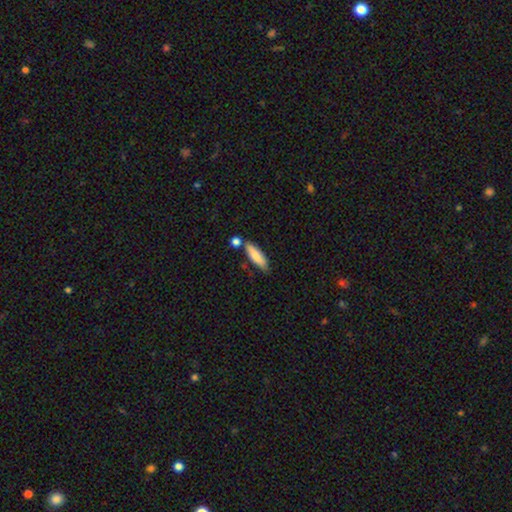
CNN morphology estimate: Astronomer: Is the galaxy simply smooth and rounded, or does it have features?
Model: smooth — 79%.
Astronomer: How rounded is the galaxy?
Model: cigar-shaped — 52% (runner-up: in between, 46%).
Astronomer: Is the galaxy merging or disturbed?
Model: none — 69%.